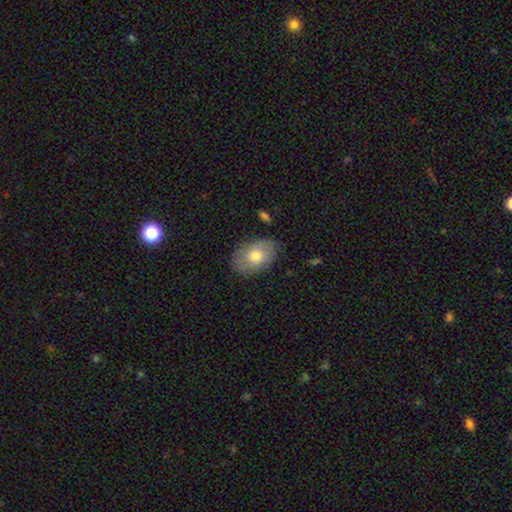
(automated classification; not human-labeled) A smooth galaxy with no disk features (67%) that is in between round and cigar-shaped (86%).

Vote fractions:
- Smooth or featured? smooth: 67% / featured or disk: 26% / star or artifact: 7%
- How rounded? in between: 86% / round: 13% / cigar-shaped: 1%
- Merging? none: 78% / minor disturbance: 17% / major disturbance: 4% / merger: 2%